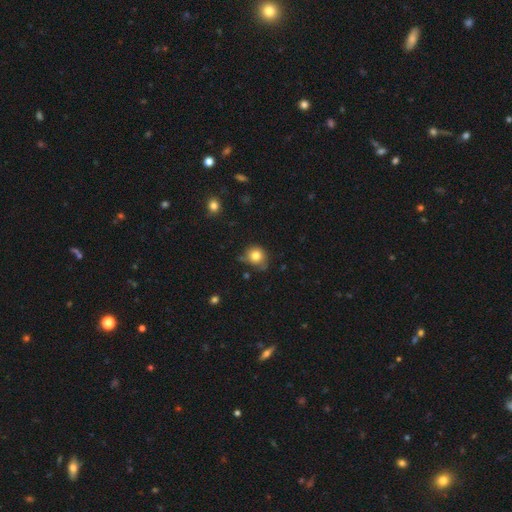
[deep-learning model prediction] Overall: smooth (81%). How rounded: round (83%). Merging: none (64%; minor disturbance 26%).